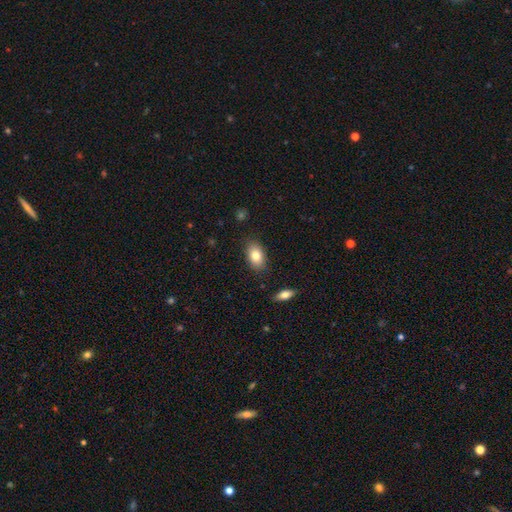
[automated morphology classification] This appears to be a smooth galaxy with no disk features (82%) that is in between round and cigar-shaped (90%). Merging: none (85%).